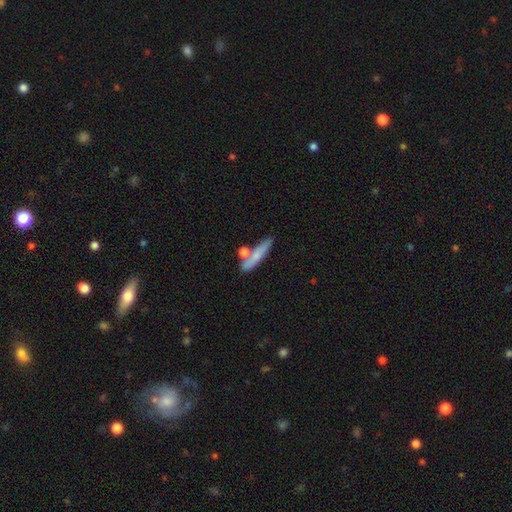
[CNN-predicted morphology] A smooth galaxy with no disk features (67%) that is cigar-shaped (76%).

Vote fractions:
- Smooth or featured? smooth: 67% / featured or disk: 25% / star or artifact: 8%
- How rounded? cigar-shaped: 76% / in between: 20% / round: 5%
- Merging? none: 63% / merger: 18% / minor disturbance: 14% / major disturbance: 5%